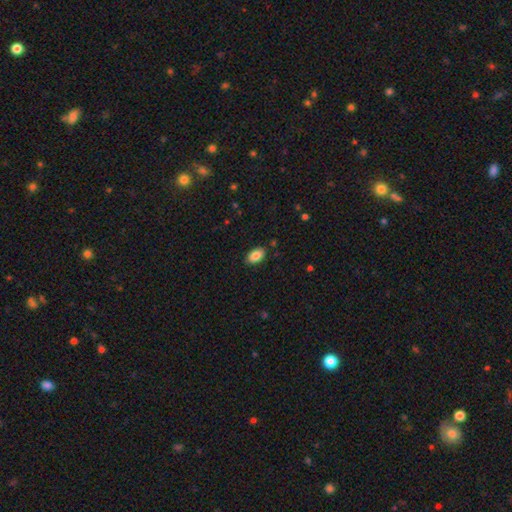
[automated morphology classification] This is clearly a smooth galaxy (86%). How rounded: clearly in between (93%). Merging: clearly none (87%).